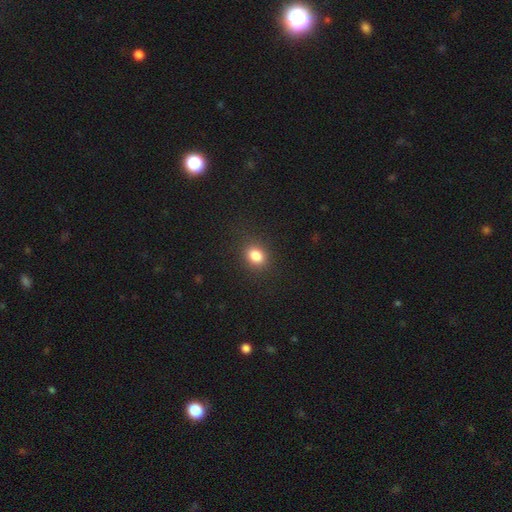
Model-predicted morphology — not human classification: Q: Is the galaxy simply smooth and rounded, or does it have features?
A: smooth — 83%.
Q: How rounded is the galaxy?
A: in between — 50%.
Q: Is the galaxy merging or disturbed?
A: none — 86%.